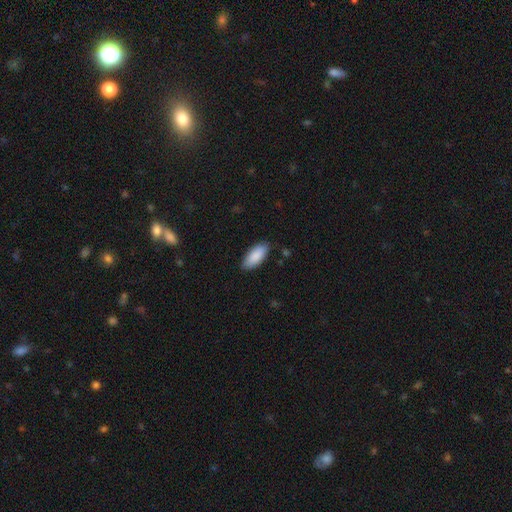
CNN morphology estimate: This is clearly a smooth galaxy (89%). How rounded: clearly in between (86%). Merging: clearly none (84%).